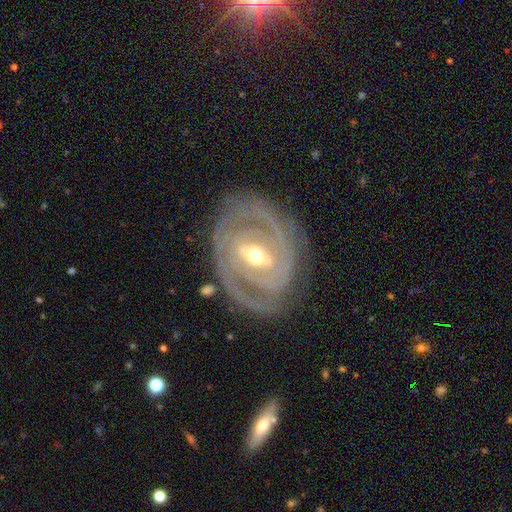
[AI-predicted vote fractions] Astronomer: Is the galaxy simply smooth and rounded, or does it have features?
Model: featured or disk — 88%.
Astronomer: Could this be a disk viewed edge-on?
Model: no — 96%.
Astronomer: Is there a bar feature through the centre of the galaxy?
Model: strong — 42% (runner-up: weak, 41%).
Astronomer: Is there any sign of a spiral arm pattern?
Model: yes — 92%.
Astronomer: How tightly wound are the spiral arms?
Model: tight — 74%.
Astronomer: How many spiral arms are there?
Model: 2 — 48%.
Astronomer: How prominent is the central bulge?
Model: moderate — 57% (runner-up: small, 39%).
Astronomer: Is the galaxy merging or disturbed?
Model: none — 78%.